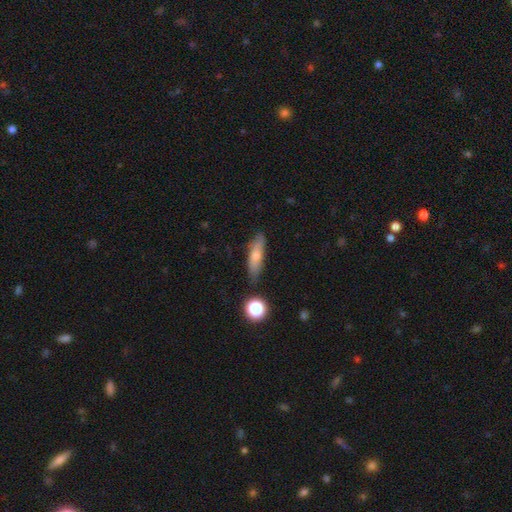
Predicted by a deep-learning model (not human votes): A smooth galaxy with no disk features (66%) that is cigar-shaped (64%).

Vote fractions:
- Smooth or featured? smooth: 66% / featured or disk: 26% / star or artifact: 9%
- How rounded? cigar-shaped: 64% / in between: 32% / round: 4%
- Merging? none: 81% / minor disturbance: 13% / merger: 3% / major disturbance: 3%